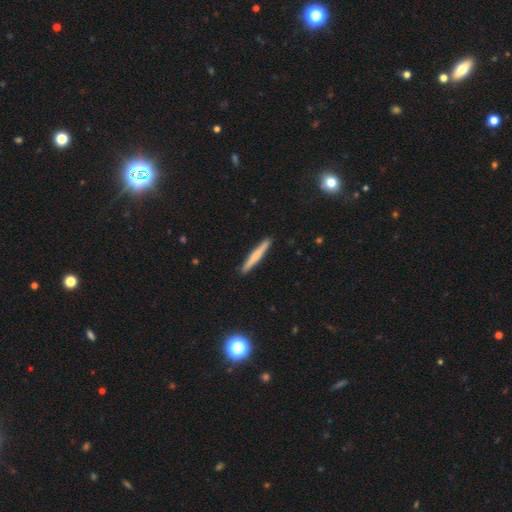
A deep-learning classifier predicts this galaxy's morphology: type=smooth (64%); roundness=cigar-shaped (96%); merging=none (92%).